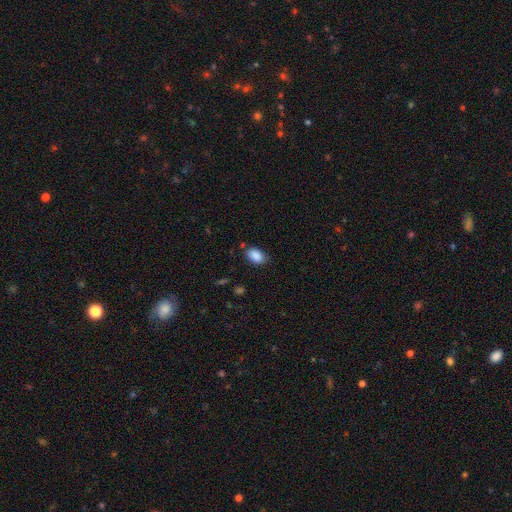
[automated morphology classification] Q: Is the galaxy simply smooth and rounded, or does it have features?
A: smooth — 88%.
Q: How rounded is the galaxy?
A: in between — 89%.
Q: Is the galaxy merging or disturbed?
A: none — 77%.